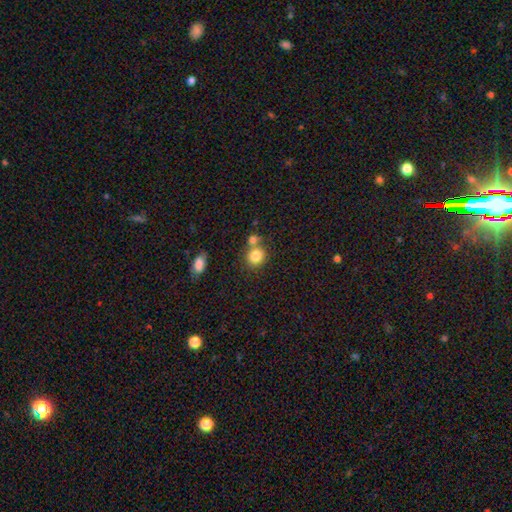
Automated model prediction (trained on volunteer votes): A smooth galaxy with no disk features (83%) that is round (78%).

Vote fractions:
- Smooth or featured? smooth: 83% / star or artifact: 10% / featured or disk: 7%
- How rounded? round: 78% / in between: 21% / cigar-shaped: 1%
- Merging? none: 55% / merger: 32% / minor disturbance: 10% / major disturbance: 3%